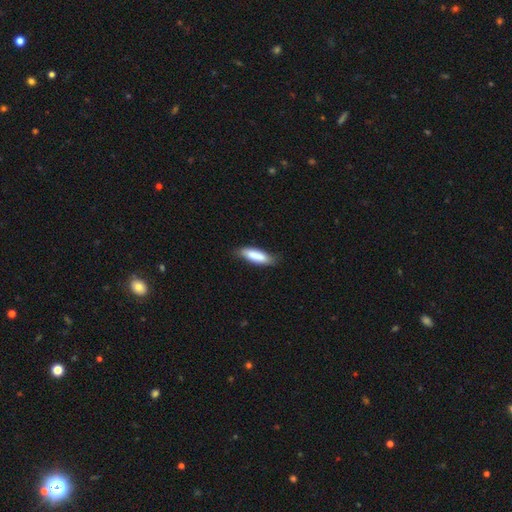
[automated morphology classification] smooth-or-featured: smooth: 85% | featured or disk: 10% | star or artifact: 6%
  how-rounded: cigar-shaped: 51% | in between: 48% | round: 2%
  merging: none: 77% | minor disturbance: 18% | major disturbance: 3% | merger: 1%